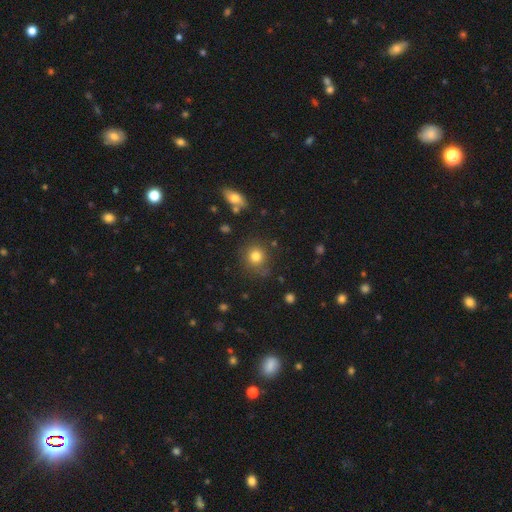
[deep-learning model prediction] Morphology: type=smooth (80%); roundness=round (86%); merging=none (80%).